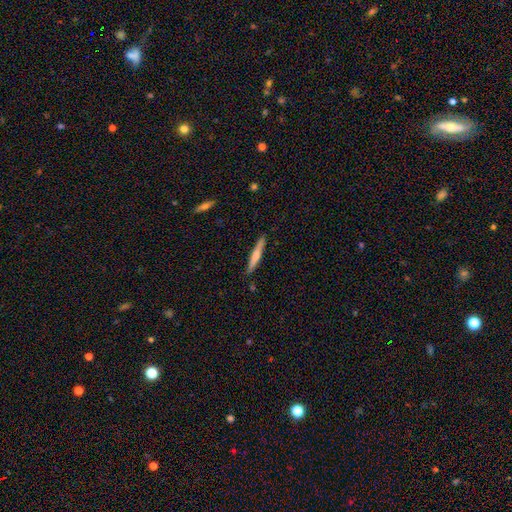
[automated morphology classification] Q: Smooth or featured?
A: featured or disk (49%); runner-up: smooth (45%)
Q: Merging?
A: none (89%); runner-up: minor disturbance (8%)